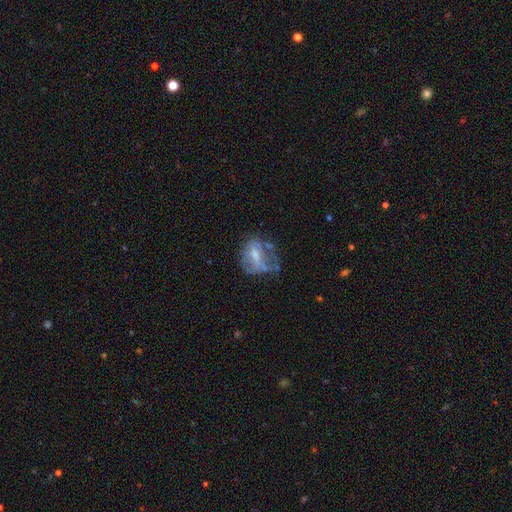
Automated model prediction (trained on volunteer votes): smooth_or_featured: featured or disk (p=0.54) [alt: smooth p=0.35]
disk_edge_on: no (p=0.96) [alt: yes p=0.04]
bar: no (p=0.49) [alt: weak p=0.37]
has_spiral_arms: no (p=0.75) [alt: yes p=0.25]
bulge_size: moderate (p=0.36) [alt: small p=0.33]
merging: none (p=0.35) [alt: major disturbance p=0.34]